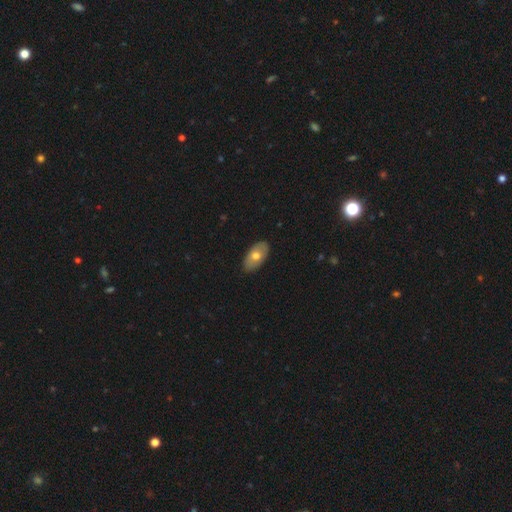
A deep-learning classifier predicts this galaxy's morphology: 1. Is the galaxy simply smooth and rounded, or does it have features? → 65% smooth, 29% featured or disk, 6% star or artifact.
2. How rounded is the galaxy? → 94% in between, 4% round, 3% cigar-shaped.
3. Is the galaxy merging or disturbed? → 87% none, 10% minor disturbance, 2% major disturbance, 1% merger.